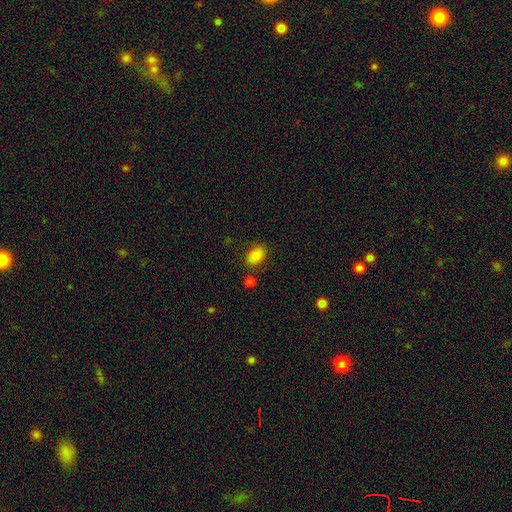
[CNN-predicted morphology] This is clearly a smooth galaxy (86%). How rounded: clearly in between (84%). Merging: likely none (79%).